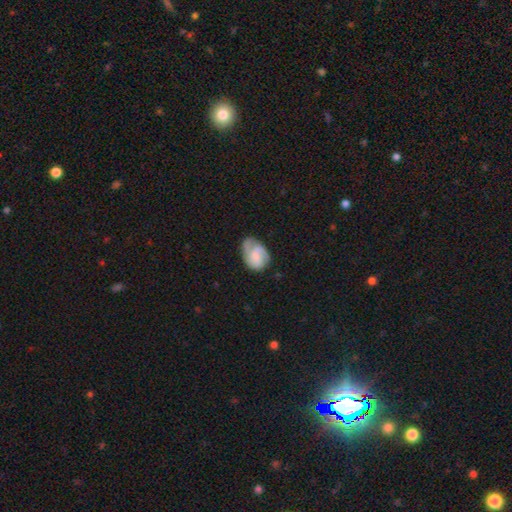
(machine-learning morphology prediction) smooth-or-featured: featured or disk: 48% | smooth: 45% | star or artifact: 7%
  merging: none: 49% | minor disturbance: 33% | major disturbance: 16% | merger: 2%